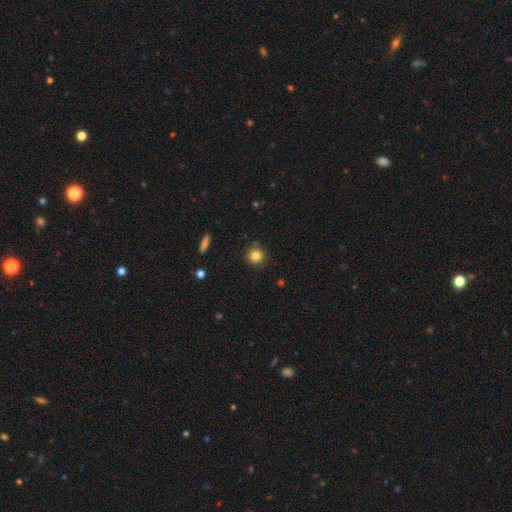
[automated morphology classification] The model was most divided on "smooth or featured": smooth: 82%, star or artifact: 11%, featured or disk: 6%. More confident: how rounded — round (93%); merging — none (86%).